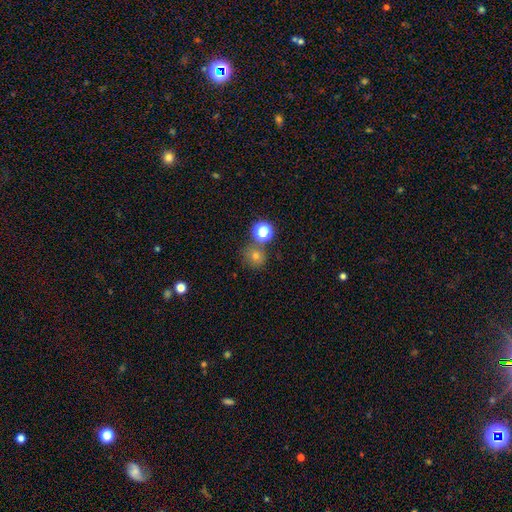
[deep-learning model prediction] Overall: smooth (67%). How rounded: round (88%). Merging: none (73%).